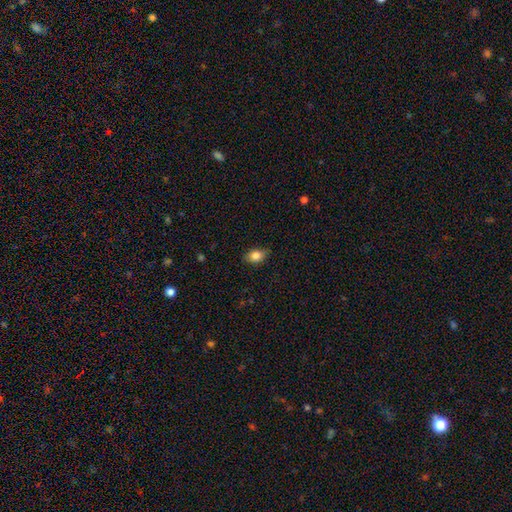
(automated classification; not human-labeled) The model was most divided on "how rounded": in between: 80%, round: 17%, cigar-shaped: 3%. More confident: smooth or featured — smooth (82%); merging — none (81%).